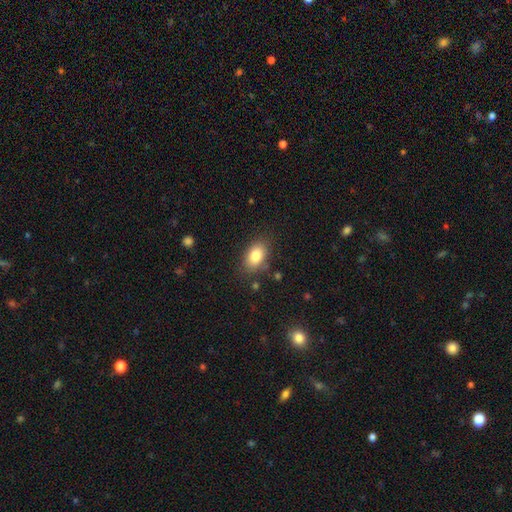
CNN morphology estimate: smooth 83%, featured or disk 9%, star or artifact 8%. Down the decision tree: how rounded — in between (87%); merging — none (82%).